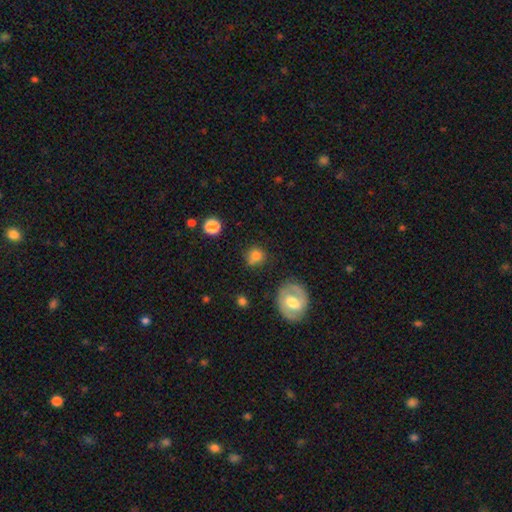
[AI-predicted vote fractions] This appears to be a smooth galaxy with no disk features (75%) that is round (79%). Merging: none (67%).